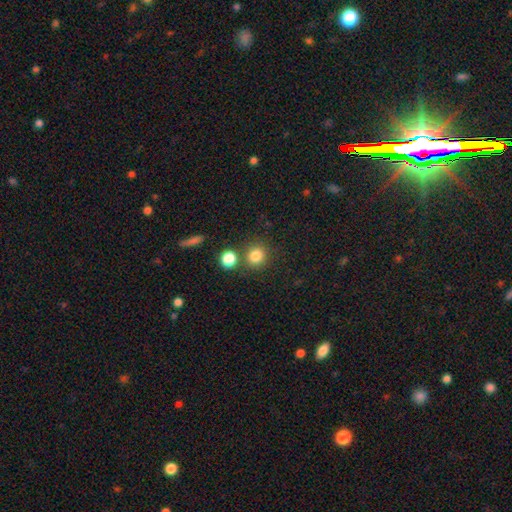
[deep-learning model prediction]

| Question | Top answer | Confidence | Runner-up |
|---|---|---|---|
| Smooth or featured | smooth | 82% | star or artifact (13%) |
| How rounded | round | 88% | in between (11%) |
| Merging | none | 76% | merger (13%) |